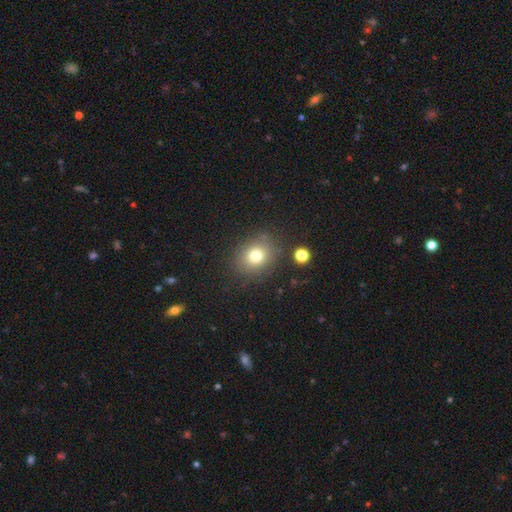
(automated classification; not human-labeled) A smooth galaxy with no disk features (77%) that is round (64%).

Vote fractions:
- Smooth or featured? smooth: 77% / star or artifact: 14% / featured or disk: 10%
- How rounded? round: 64% / in between: 35% / cigar-shaped: 1%
- Merging? none: 82% / minor disturbance: 11% / major disturbance: 4% / merger: 3%